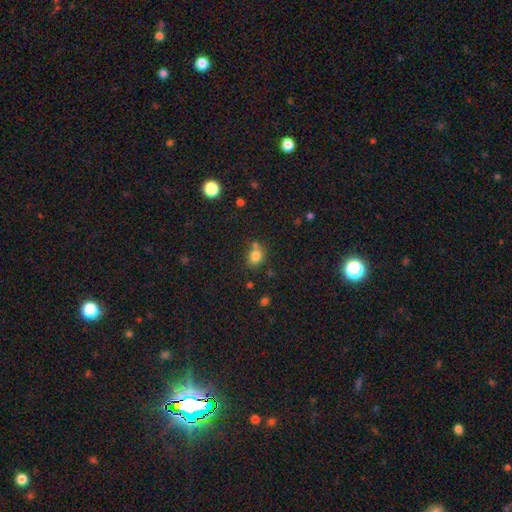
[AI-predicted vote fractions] smooth_or_featured: smooth (p=0.80) [alt: star or artifact p=0.12]
how_rounded: round (p=0.58) [alt: in between p=0.41]
merging: none (p=0.60) [alt: merger p=0.21]